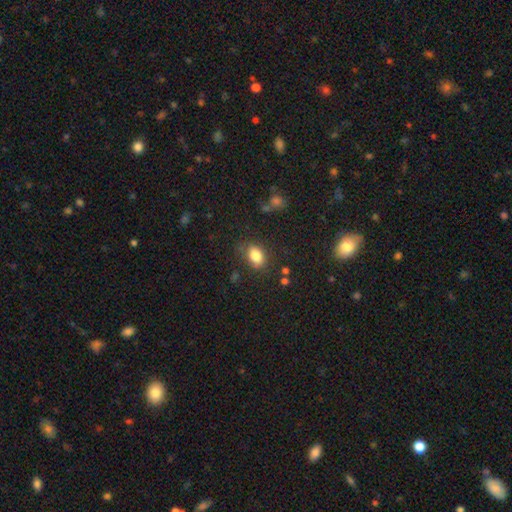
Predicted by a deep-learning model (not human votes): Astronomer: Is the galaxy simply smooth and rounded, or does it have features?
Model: smooth — 83%.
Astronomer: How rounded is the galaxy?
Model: in between — 82%.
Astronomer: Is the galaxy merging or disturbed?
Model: none — 76%.